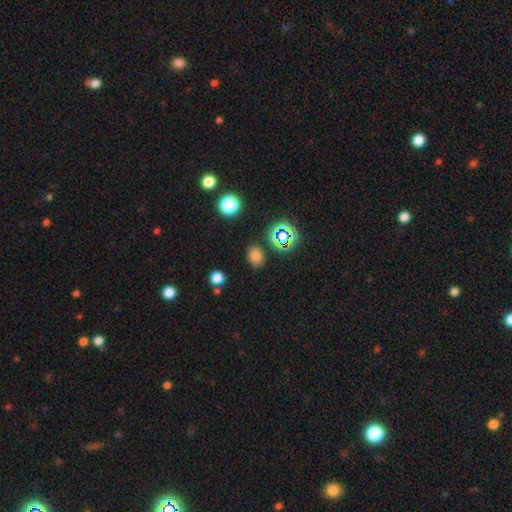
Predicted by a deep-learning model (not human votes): Smooth or featured? smooth (73%)
How rounded? in between (62%)
Merging? none (83%)